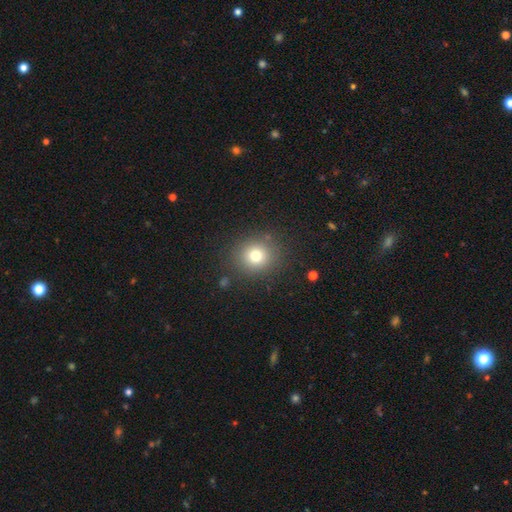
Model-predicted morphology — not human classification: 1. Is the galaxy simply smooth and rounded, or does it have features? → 76% smooth, 14% star or artifact, 10% featured or disk.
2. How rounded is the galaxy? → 86% round, 13% in between, 1% cigar-shaped.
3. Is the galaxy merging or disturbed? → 86% none, 8% minor disturbance, 4% major disturbance, 2% merger.